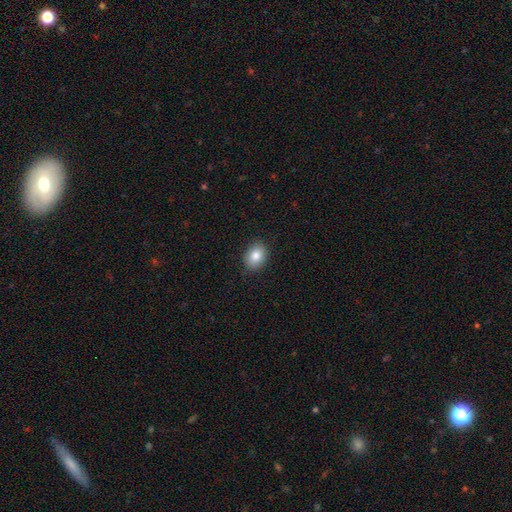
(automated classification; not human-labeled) This appears to be a smooth galaxy with no disk features (85%) that is in between round and cigar-shaped (68%). Merging: none (88%).